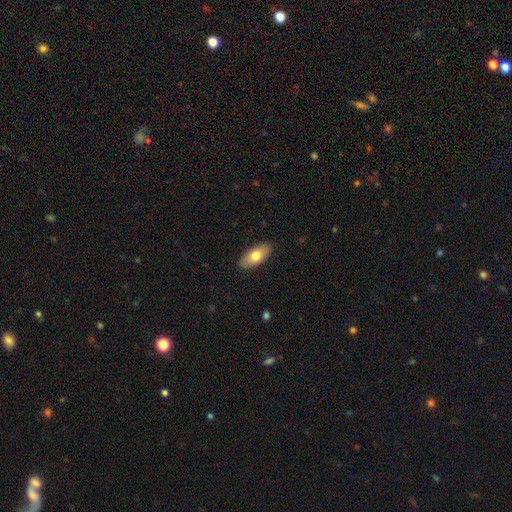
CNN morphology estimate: The model was most divided on "smooth or featured": smooth: 74%, featured or disk: 21%, star or artifact: 6%. More confident: how rounded — in between (90%); merging — none (88%).